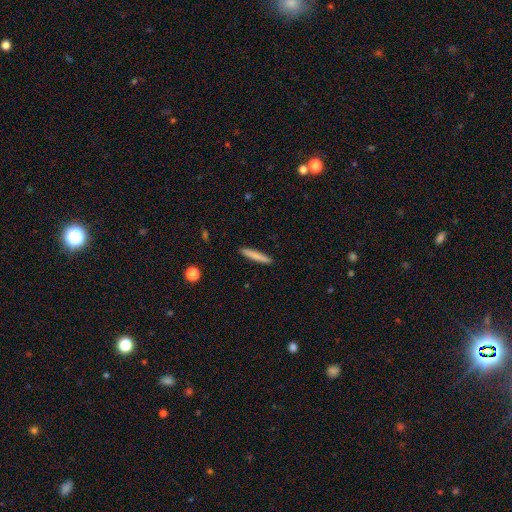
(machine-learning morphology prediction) Smooth or featured: smooth — 79% (featured or disk — 15%)
How rounded: cigar-shaped — 94% (in between — 5%)
Merging: none — 91% (minor disturbance — 6%)